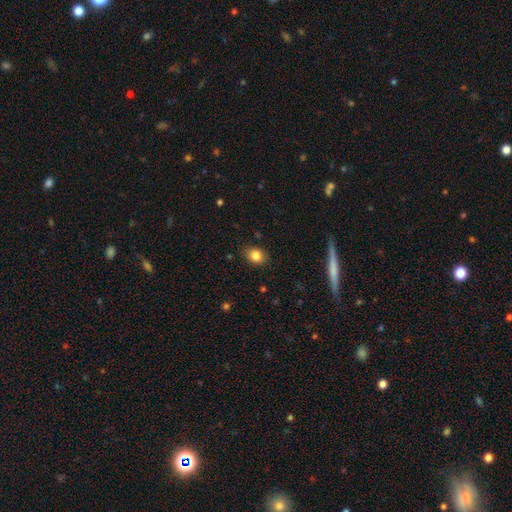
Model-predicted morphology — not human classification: A smooth galaxy with no disk features (84%) that is round (52%).

Vote fractions:
- Smooth or featured? smooth: 84% / star or artifact: 10% / featured or disk: 7%
- How rounded? round: 52% / in between: 47% / cigar-shaped: 1%
- Merging? none: 86% / minor disturbance: 10% / major disturbance: 2% / merger: 1%